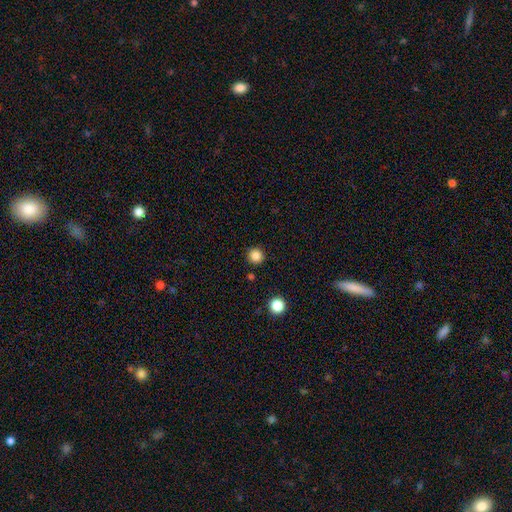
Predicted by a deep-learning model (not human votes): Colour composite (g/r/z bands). It shows a smooth galaxy with no disk features (85%) that is round (96%). Merging: none (91%).